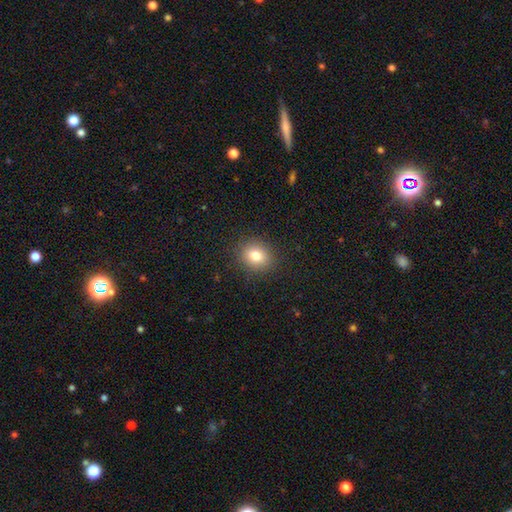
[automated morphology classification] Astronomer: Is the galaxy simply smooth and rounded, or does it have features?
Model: smooth — 81%.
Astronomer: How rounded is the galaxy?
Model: round — 63%.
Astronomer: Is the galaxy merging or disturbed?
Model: none — 88%.